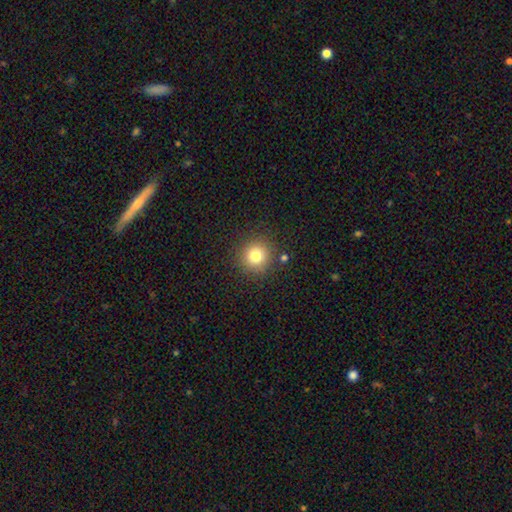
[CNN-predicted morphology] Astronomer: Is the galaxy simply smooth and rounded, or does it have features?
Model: smooth — 80%.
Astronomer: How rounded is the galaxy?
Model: round — 93%.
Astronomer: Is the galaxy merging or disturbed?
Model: none — 87%.